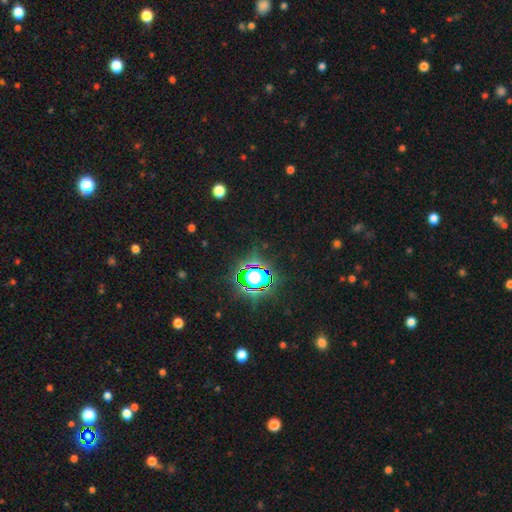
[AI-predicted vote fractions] Smooth or featured?
  - star or artifact: 77% *
  - smooth: 15%
  - featured or disk: 8%